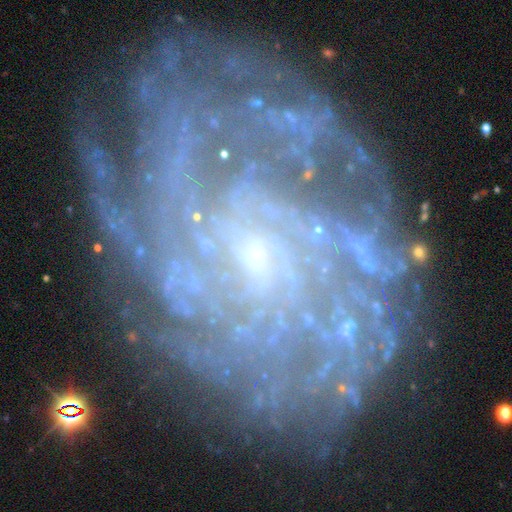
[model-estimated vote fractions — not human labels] Smooth or featured? Predicted: featured or disk (p=0.87). Edge-on disk? Predicted: no (p=0.97). Bar? Predicted: no (p=0.55). Spiral arms? Predicted: yes (p=0.96). Spiral winding? Predicted: tight (p=0.68). Spiral arm count? Predicted: can't tell (p=0.28). Bulge size? Predicted: small (p=0.74). Merging? Predicted: none (p=0.68).